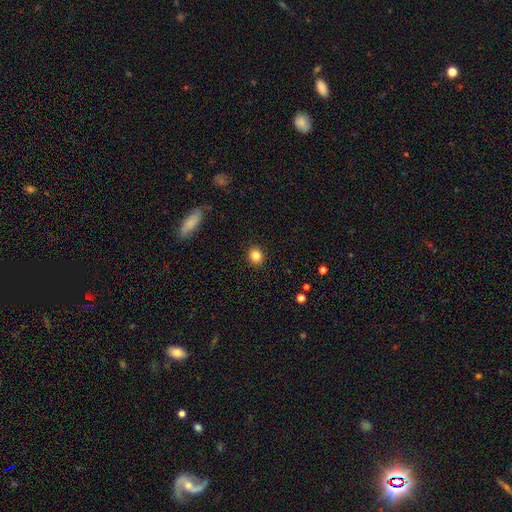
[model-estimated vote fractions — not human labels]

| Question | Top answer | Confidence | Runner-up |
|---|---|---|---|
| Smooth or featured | smooth | 84% | star or artifact (11%) |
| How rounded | round | 70% | in between (29%) |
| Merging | none | 91% | minor disturbance (6%) |